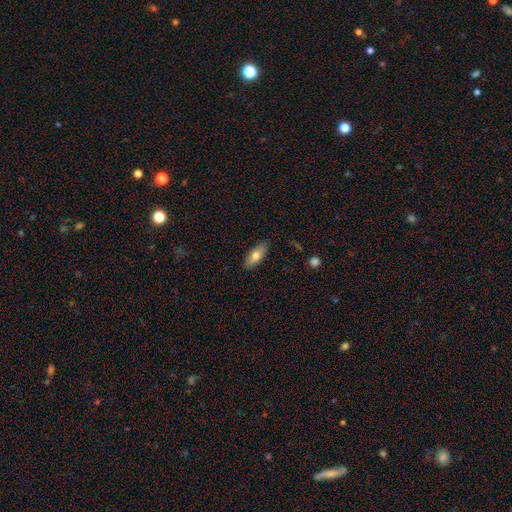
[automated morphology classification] Overall: smooth (71%). How rounded: in between (76%). Merging: none (88%).